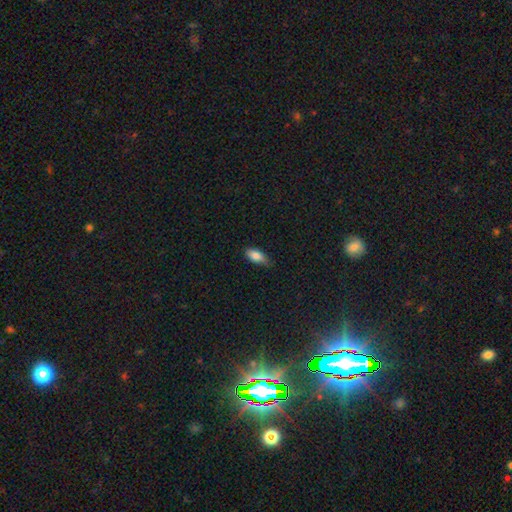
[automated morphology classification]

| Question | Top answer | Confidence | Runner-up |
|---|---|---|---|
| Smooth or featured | smooth | 82% | featured or disk (11%) |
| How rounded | in between | 84% | cigar-shaped (13%) |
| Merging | none | 70% | minor disturbance (26%) |